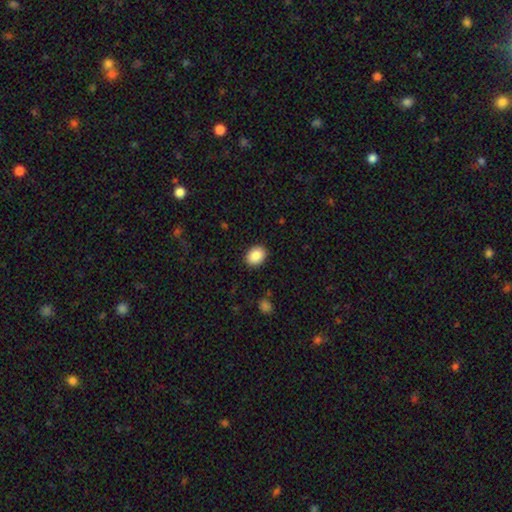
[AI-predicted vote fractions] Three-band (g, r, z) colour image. It shows a smooth galaxy with no disk features (87%) that is in between round and cigar-shaped (55%). Merging: none (90%).